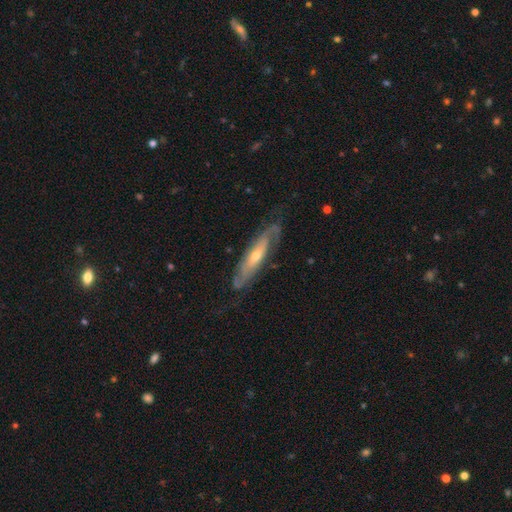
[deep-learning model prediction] This appears to be a featured or disk galaxy (75%). Merging: none (69%).